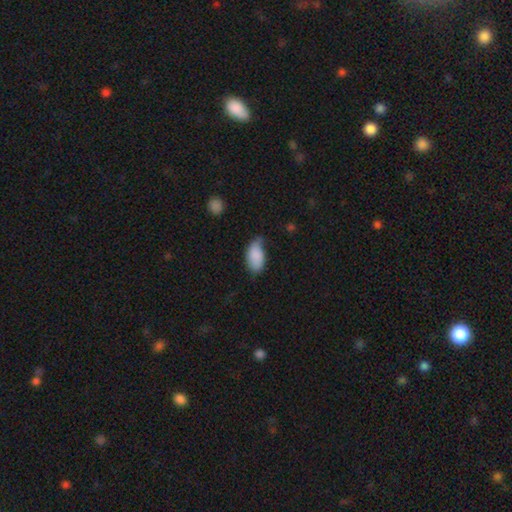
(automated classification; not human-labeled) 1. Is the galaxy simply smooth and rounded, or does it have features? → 85% smooth, 8% featured or disk, 7% star or artifact.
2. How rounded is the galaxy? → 94% in between, 3% round, 2% cigar-shaped.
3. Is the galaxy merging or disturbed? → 46% none, 41% minor disturbance, 10% major disturbance, 3% merger.